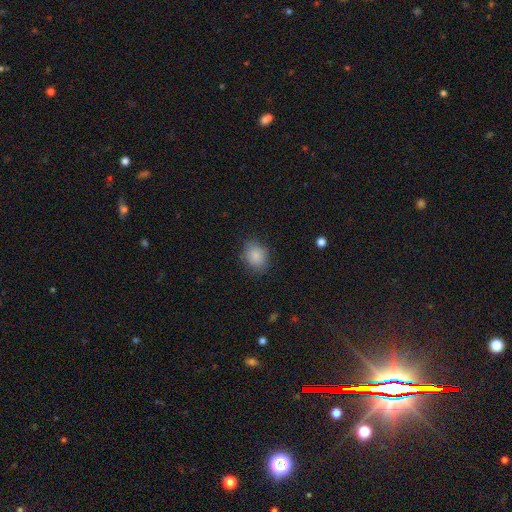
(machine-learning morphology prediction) A smooth galaxy with no disk features (86%) that is round (61%).

Vote fractions:
- Smooth or featured? smooth: 86% / star or artifact: 8% / featured or disk: 6%
- How rounded? round: 61% / in between: 38% / cigar-shaped: 1%
- Merging? none: 81% / minor disturbance: 14% / major disturbance: 4% / merger: 1%